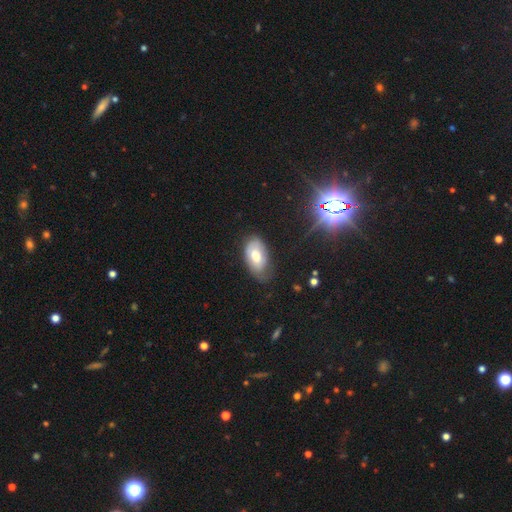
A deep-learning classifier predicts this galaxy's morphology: type=smooth (63%); roundness=in between (94%); merging=none (56%).